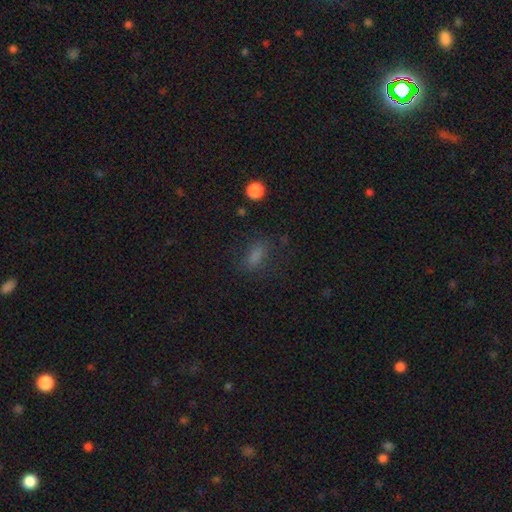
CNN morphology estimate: Smooth or featured: smooth — 74% (star or artifact — 17%)
How rounded: in between — 75% (cigar-shaped — 14%)
Merging: none — 71% (minor disturbance — 17%)